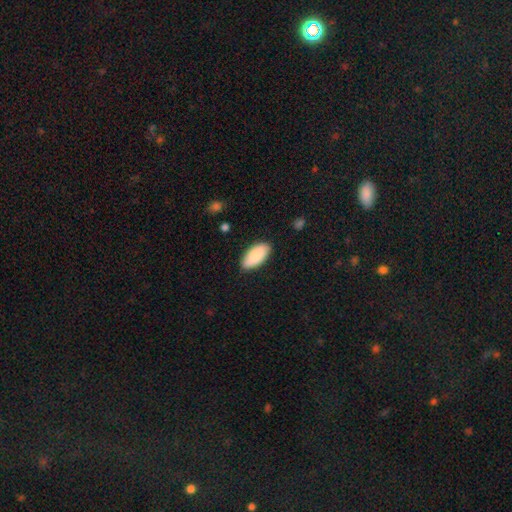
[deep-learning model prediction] This appears to be a smooth galaxy with no disk features (89%) that is in between round and cigar-shaped (94%). Merging: none (85%).